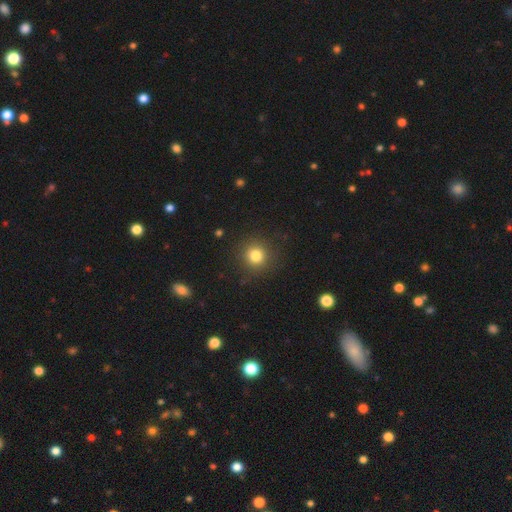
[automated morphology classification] Smooth or featured: smooth — 81% (star or artifact — 13%)
How rounded: round — 92% (in between — 7%)
Merging: none — 89% (minor disturbance — 7%)